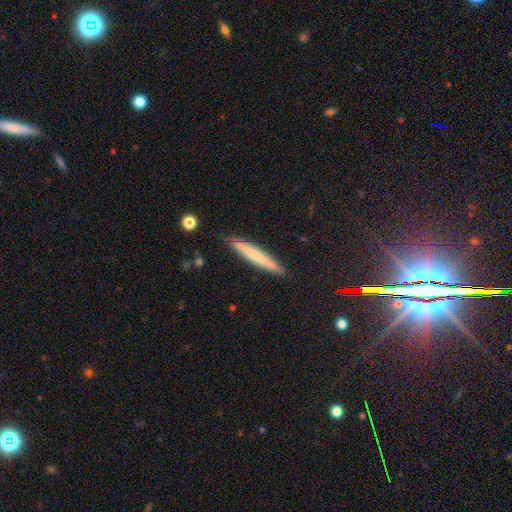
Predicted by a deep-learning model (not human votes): This is possibly a smooth galaxy (59%). How rounded: clearly cigar-shaped (96%). Merging: clearly none (89%).